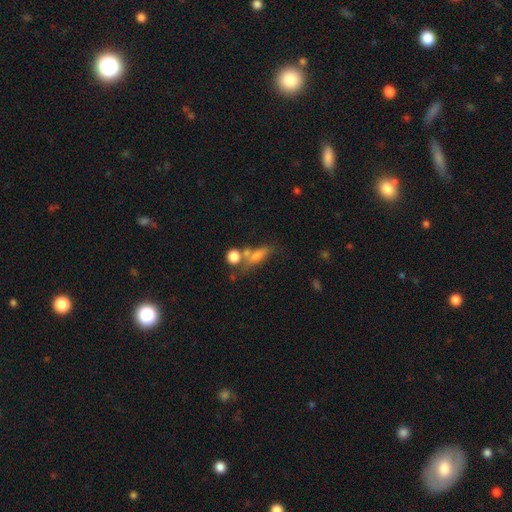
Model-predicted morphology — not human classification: smooth_or_featured: smooth (p=0.67) [alt: featured or disk p=0.22]
how_rounded: in between (p=0.48) [alt: cigar-shaped p=0.38]
merging: none (p=0.45) [alt: merger p=0.28]